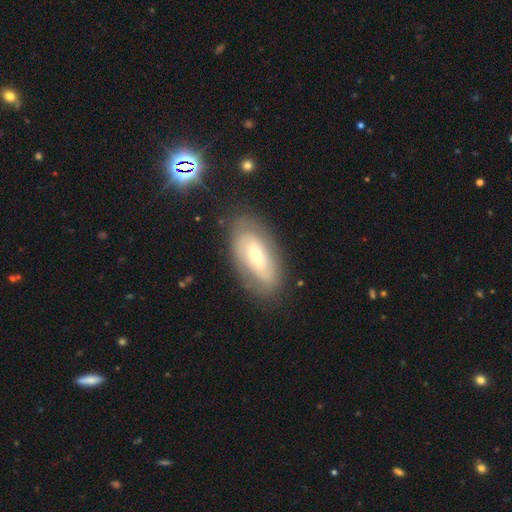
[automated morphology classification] Smooth or featured: featured or disk — 56% (smooth — 38%)
Edge-on disk: no — 89% (yes — 11%)
Merging: none — 77% (minor disturbance — 16%)